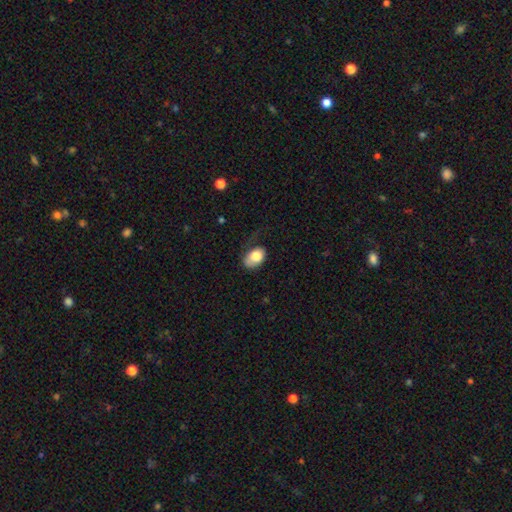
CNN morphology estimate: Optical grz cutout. It shows a smooth galaxy with no disk features (78%) that is in between round and cigar-shaped (83%). Merging: none (39%).